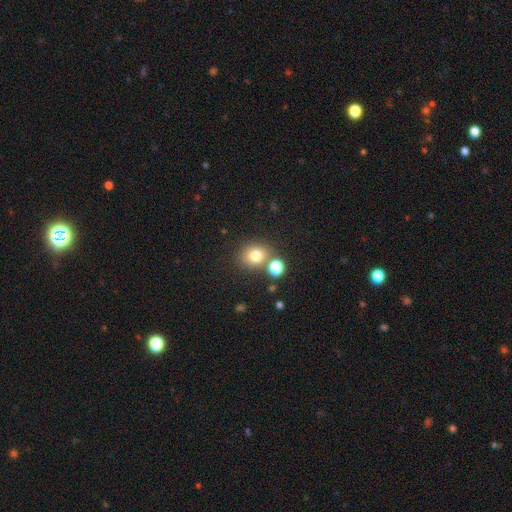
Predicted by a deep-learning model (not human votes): This is likely a smooth galaxy (77%). How rounded: likely round (71%). Merging: likely none (69%).